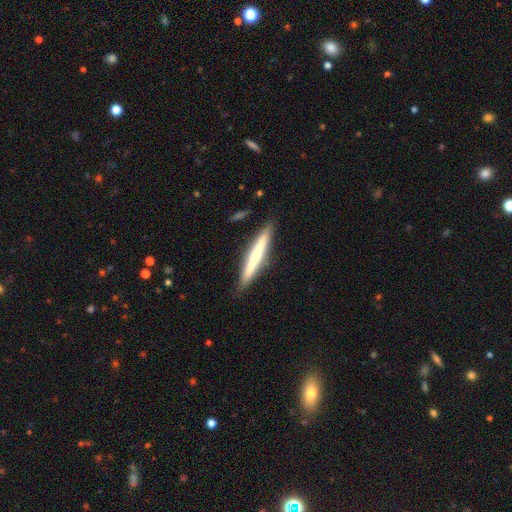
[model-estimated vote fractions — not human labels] smooth 49%, featured or disk 45%, star or artifact 6%. Down the decision tree: merging — none (89%).